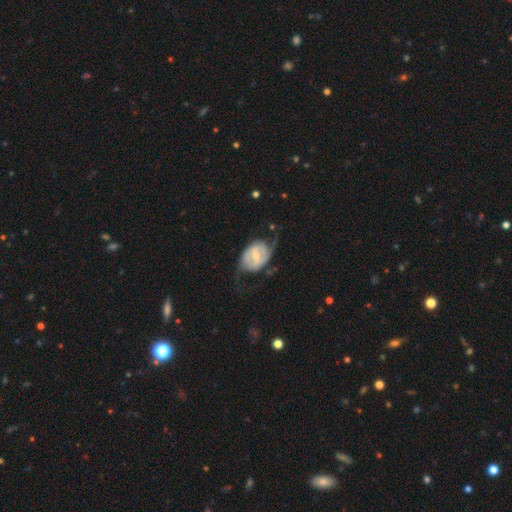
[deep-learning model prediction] Q: Smooth or featured?
A: featured or disk (69%); runner-up: smooth (26%)
Q: Edge-on disk?
A: no (95%); runner-up: yes (5%)
Q: Bar?
A: weak (48%); runner-up: no (27%)
Q: Spiral arms?
A: yes (75%); runner-up: no (25%)
Q: Bulge size?
A: moderate (48%); runner-up: small (44%)
Q: Merging?
A: none (49%); runner-up: major disturbance (26%)